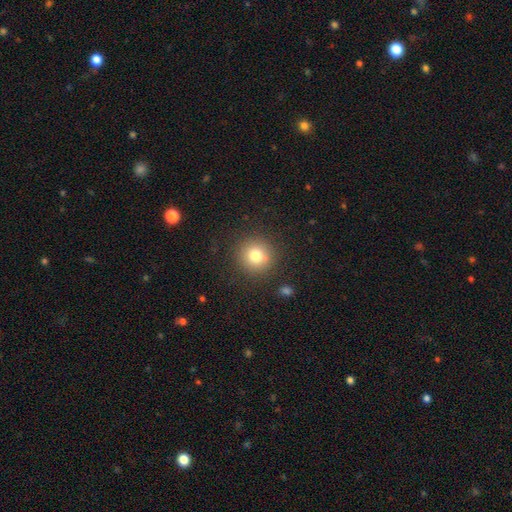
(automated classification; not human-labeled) Smooth or featured? smooth (78%)
How rounded? round (94%)
Merging? none (88%)